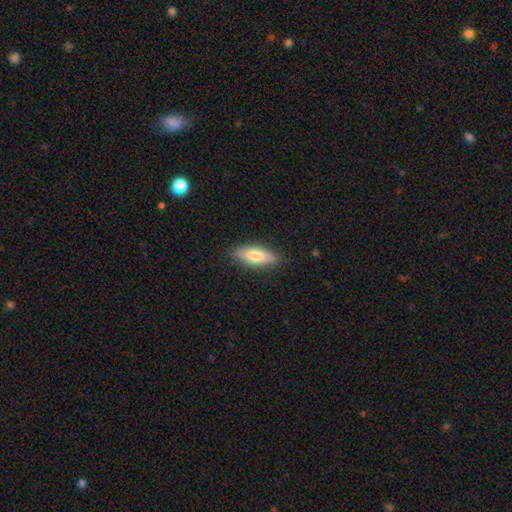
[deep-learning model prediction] Q: Smooth or featured?
A: smooth (65%); runner-up: featured or disk (28%)
Q: How rounded?
A: in between (60%); runner-up: cigar-shaped (38%)
Q: Merging?
A: none (86%); runner-up: minor disturbance (10%)